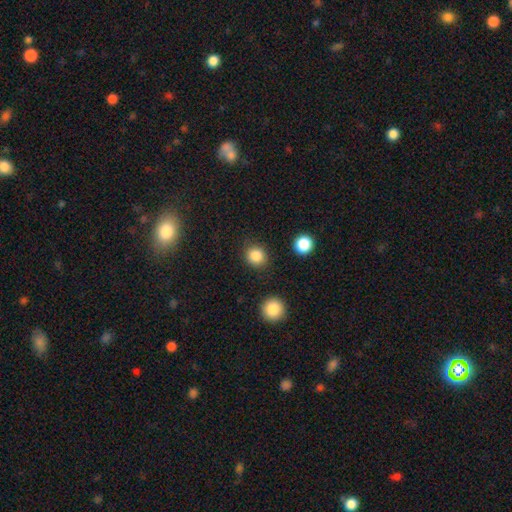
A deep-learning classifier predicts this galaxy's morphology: Q: Smooth or featured?
A: smooth (85%); runner-up: star or artifact (11%)
Q: How rounded?
A: round (85%); runner-up: in between (14%)
Q: Merging?
A: none (86%); runner-up: minor disturbance (8%)